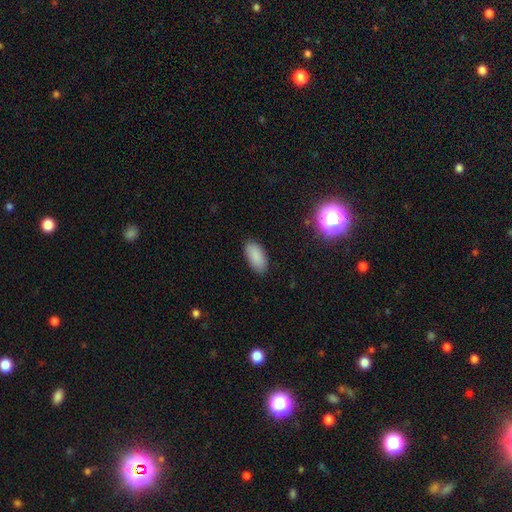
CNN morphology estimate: The model was most divided on "merging": none: 87%, minor disturbance: 10%, major disturbance: 2%, merger: 1%. More confident: how rounded — in between (92%); smooth or featured — smooth (88%).